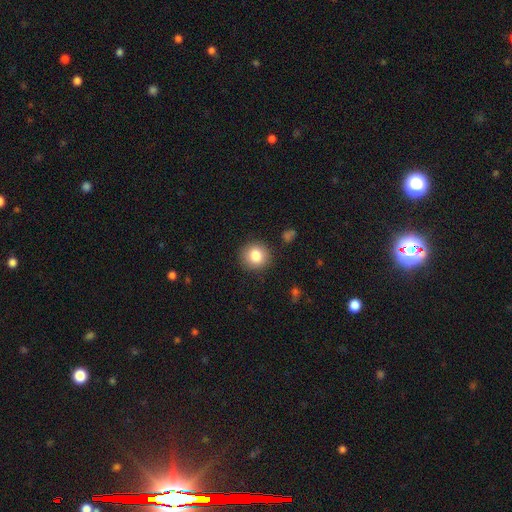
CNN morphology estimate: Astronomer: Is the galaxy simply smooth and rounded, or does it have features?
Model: smooth — 83%.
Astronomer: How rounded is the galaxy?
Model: round — 91%.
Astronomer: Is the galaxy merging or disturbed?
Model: none — 90%.